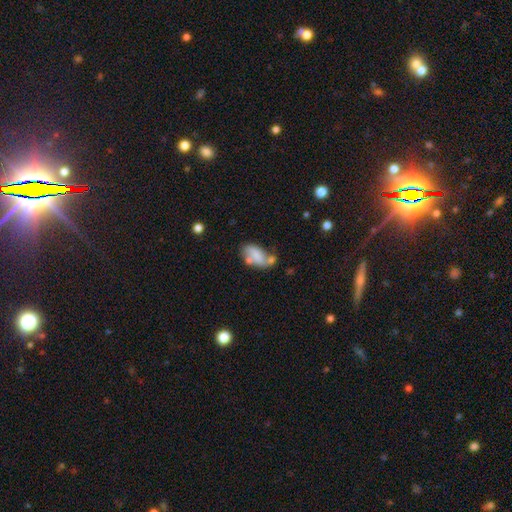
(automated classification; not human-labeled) A smooth galaxy with no disk features (60%) that is in between round and cigar-shaped (91%). Merging: none (32%).